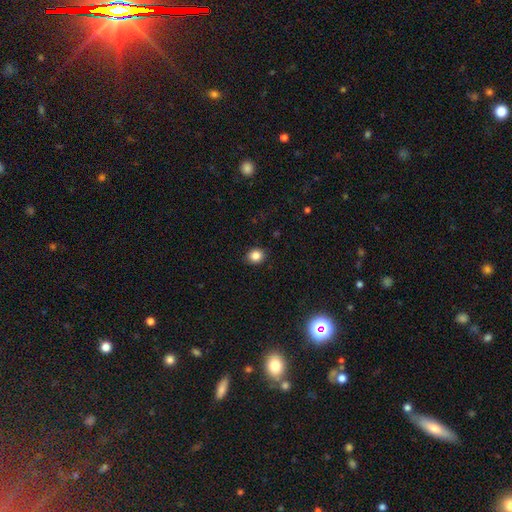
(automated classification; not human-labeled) This appears to be a smooth galaxy with no disk features (85%) that is round (68%). Merging: none (90%).